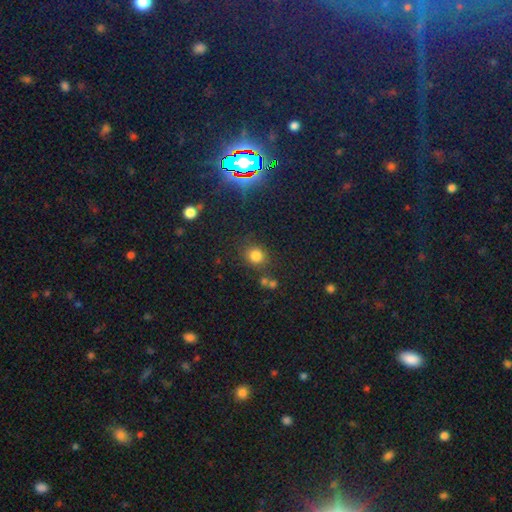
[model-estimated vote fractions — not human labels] This appears to be a smooth galaxy with no disk features (78%) that is round (79%). Merging: none (75%).